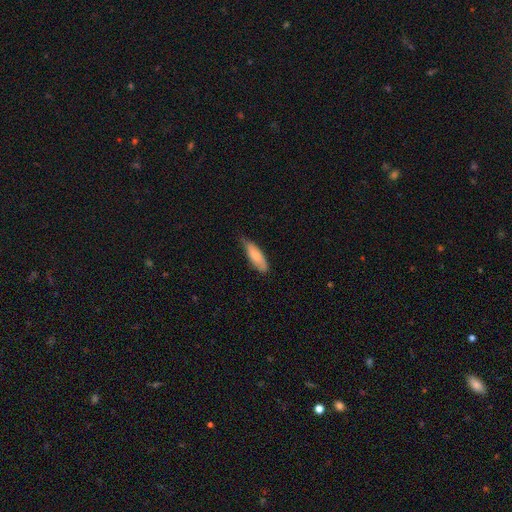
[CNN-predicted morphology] type=smooth (81%); roundness=in between (55%); merging=none (65%).